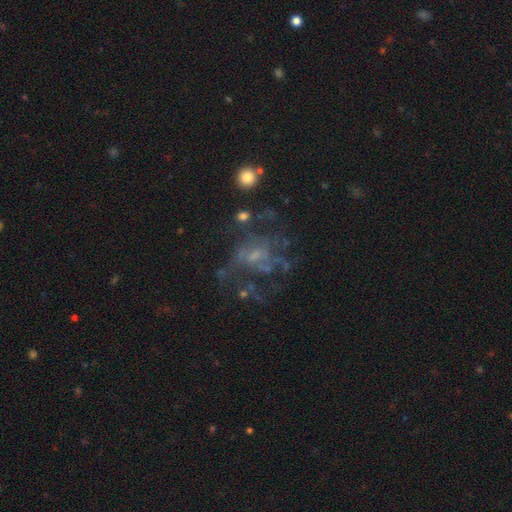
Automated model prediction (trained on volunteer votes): Smooth or featured? Predicted: featured or disk (p=0.63). Edge-on disk? Predicted: no (p=0.97). Bar? Predicted: no (p=0.72). Spiral arms? Predicted: no (p=0.61). Bulge size? Predicted: small (p=0.44). Merging? Predicted: none (p=0.44).